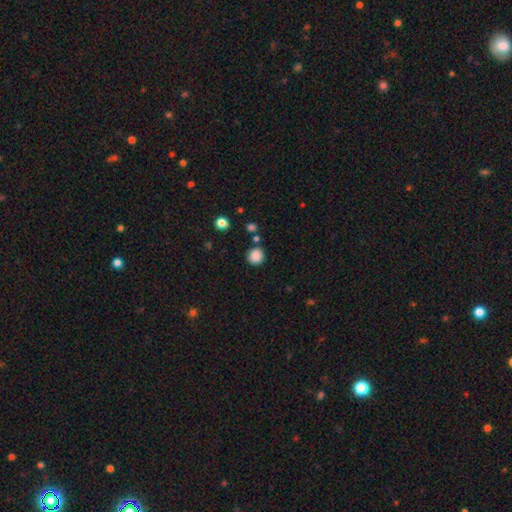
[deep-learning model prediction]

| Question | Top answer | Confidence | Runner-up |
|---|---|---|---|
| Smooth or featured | smooth | 86% | star or artifact (10%) |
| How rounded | round | 90% | in between (9%) |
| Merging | none | 83% | minor disturbance (8%) |